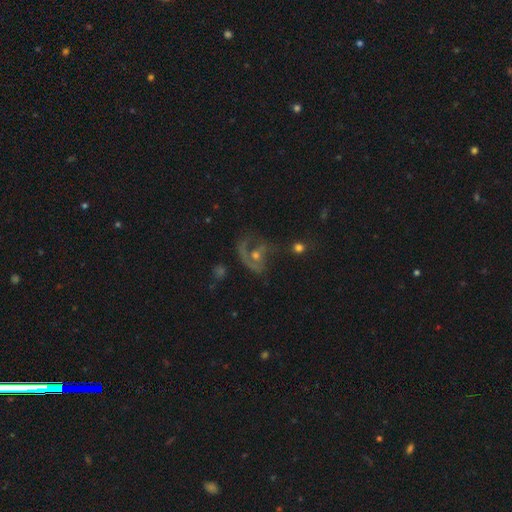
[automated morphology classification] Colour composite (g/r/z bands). It shows a featured or disk galaxy (72%) with no bar (70%), 1 (55%) medium (41%) spiral arms (78%) and a moderate central bulge (53%). Merging: major disturbance (41%).